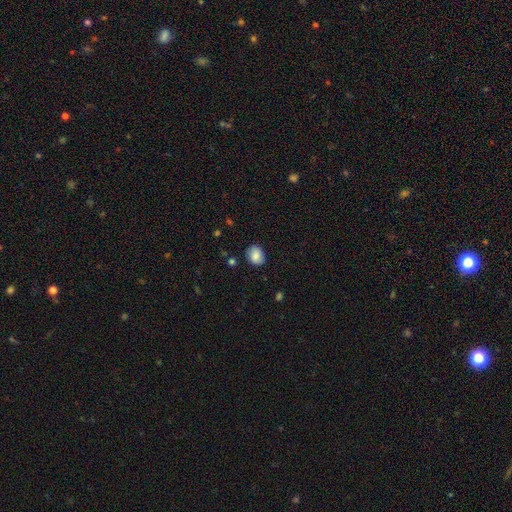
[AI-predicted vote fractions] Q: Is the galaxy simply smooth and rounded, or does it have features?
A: smooth — 84%.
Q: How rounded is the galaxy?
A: round — 52%.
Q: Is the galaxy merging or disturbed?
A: none — 83%.